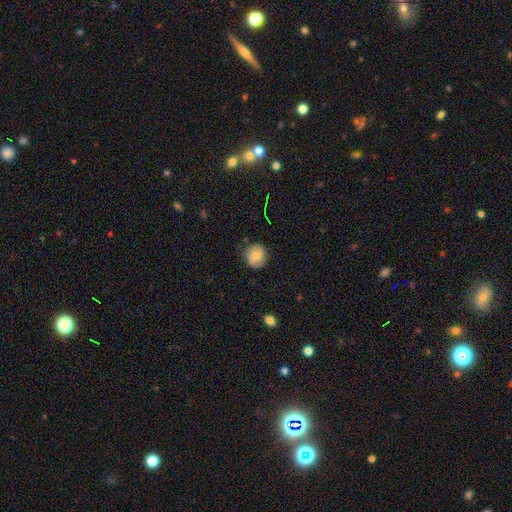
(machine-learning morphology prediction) type=smooth (77%); roundness=round (85%); merging=none (79%).